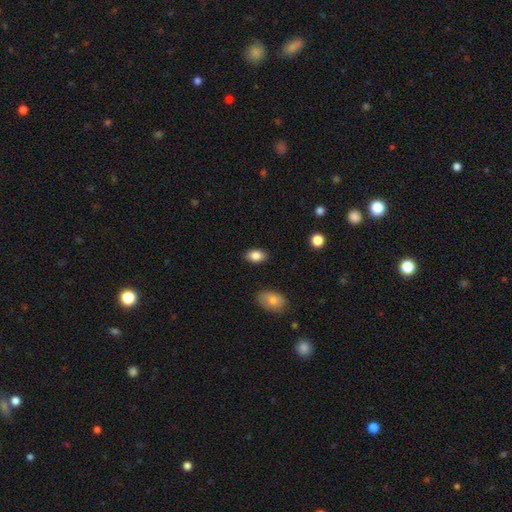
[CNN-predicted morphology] type=smooth (85%); roundness=in between (89%); merging=none (88%).